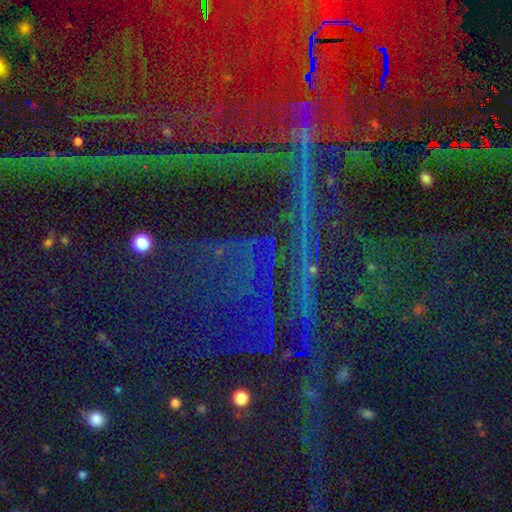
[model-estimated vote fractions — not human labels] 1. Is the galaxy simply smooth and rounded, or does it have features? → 86% star or artifact, 7% featured or disk, 7% smooth.